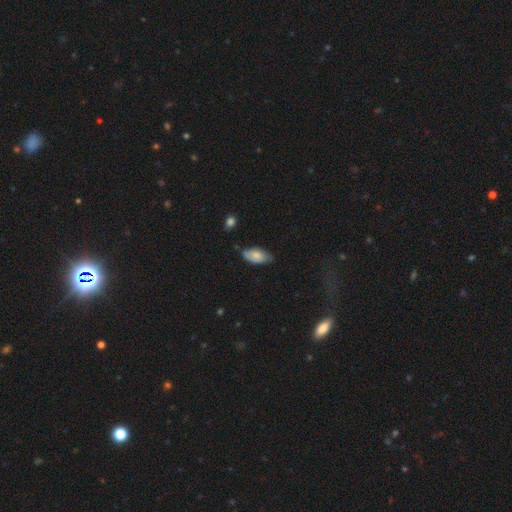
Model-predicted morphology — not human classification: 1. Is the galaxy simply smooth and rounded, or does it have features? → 75% smooth, 19% featured or disk, 7% star or artifact.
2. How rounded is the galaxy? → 93% in between, 5% cigar-shaped, 2% round.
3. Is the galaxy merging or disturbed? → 62% none, 30% minor disturbance, 5% major disturbance, 3% merger.